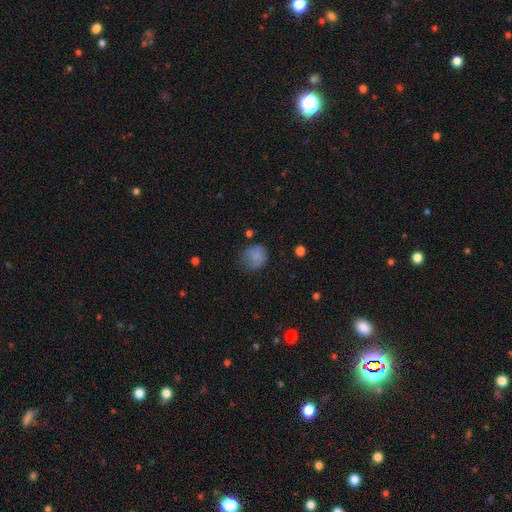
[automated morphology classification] A smooth galaxy with no disk features (78%) that is round (81%). Merging: none (62%).